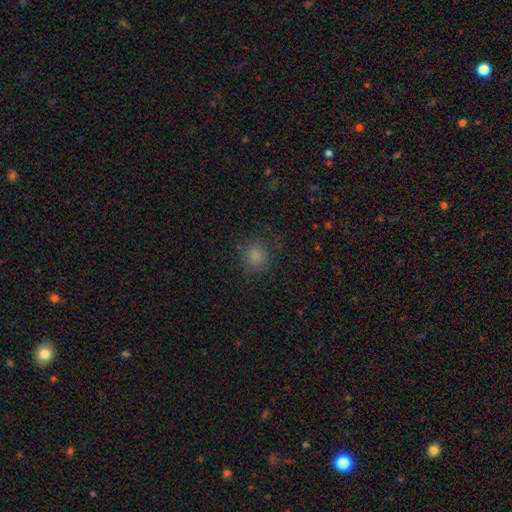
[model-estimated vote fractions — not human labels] Morphology: type=smooth (82%); roundness=round (84%); merging=none (83%).